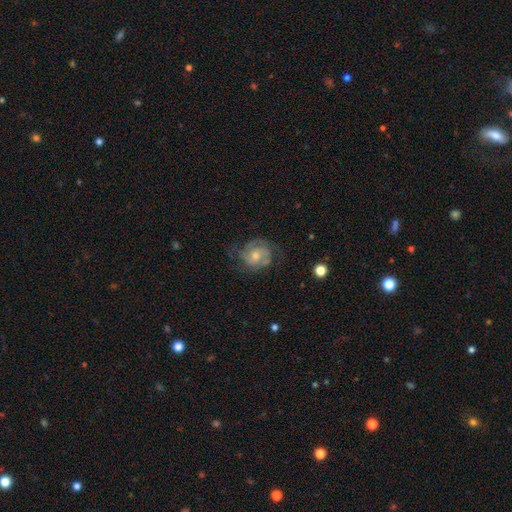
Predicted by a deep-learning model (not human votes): Smooth or featured? featured or disk (76%)
Edge-on disk? no (98%)
Bar? no (71%)
Spiral arms? yes (92%)
Spiral winding? tight (55%)
Spiral arm count? 2 (38%)
Bulge size? moderate (55%)
Merging? none (67%)